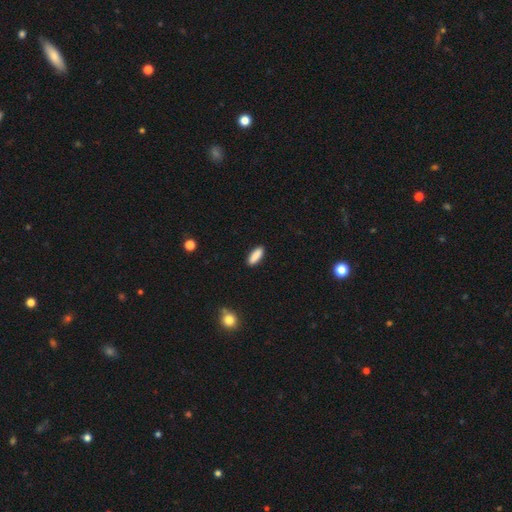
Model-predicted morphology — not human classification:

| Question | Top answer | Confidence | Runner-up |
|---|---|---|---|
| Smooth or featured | smooth | 89% | star or artifact (6%) |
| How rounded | in between | 64% | cigar-shaped (34%) |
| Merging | none | 89% | minor disturbance (8%) |